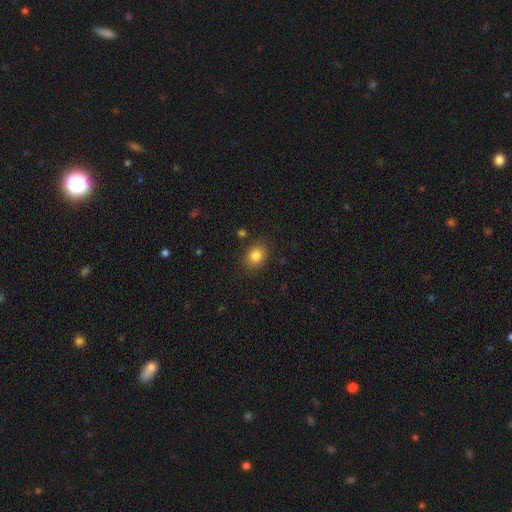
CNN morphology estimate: A smooth galaxy with no disk features (83%) that is round (57%). Merging: none (85%).